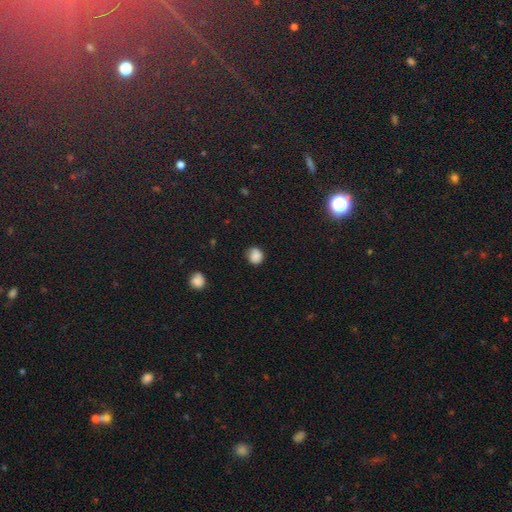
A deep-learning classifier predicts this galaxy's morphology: smooth_or_featured: smooth (p=0.84) [alt: star or artifact p=0.11]
how_rounded: round (p=0.84) [alt: in between p=0.15]
merging: none (p=0.77) [alt: minor disturbance p=0.18]